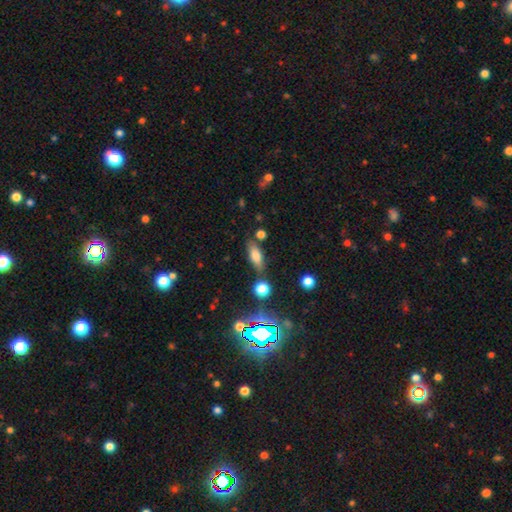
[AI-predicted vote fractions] smooth 69%, featured or disk 18%, star or artifact 13%. Down the decision tree: how rounded — in between (68%); merging — none (70%).